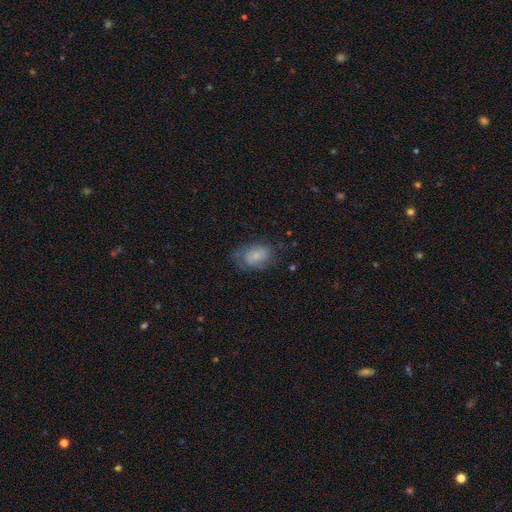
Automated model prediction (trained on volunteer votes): Smooth or featured? Predicted: smooth (p=0.49). Merging? Predicted: none (p=0.54).